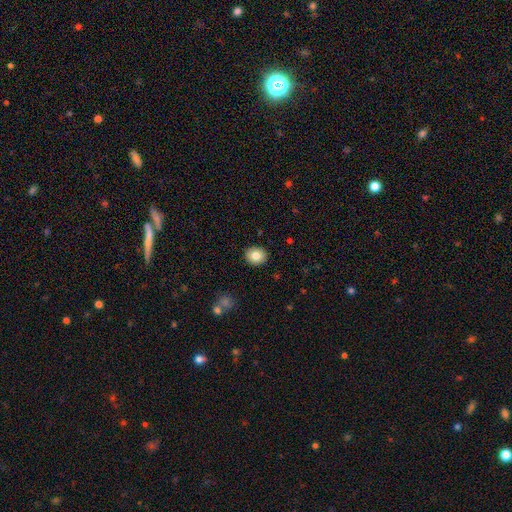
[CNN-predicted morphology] Smooth or featured: smooth — 82% (featured or disk — 9%)
How rounded: round — 80% (in between — 19%)
Merging: none — 91% (minor disturbance — 7%)